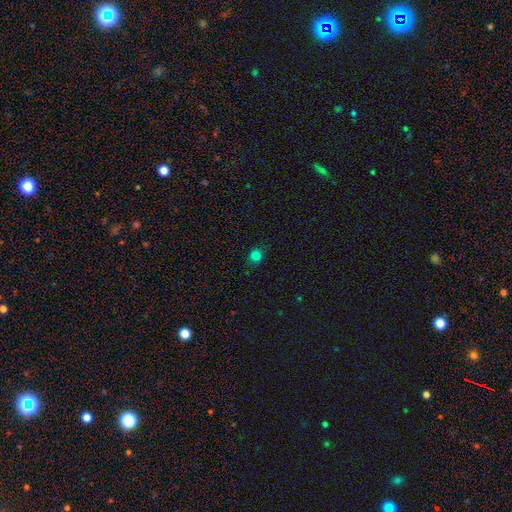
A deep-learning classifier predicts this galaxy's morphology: This is clearly a smooth galaxy (81%). How rounded: clearly round (84%). Merging: clearly none (89%).